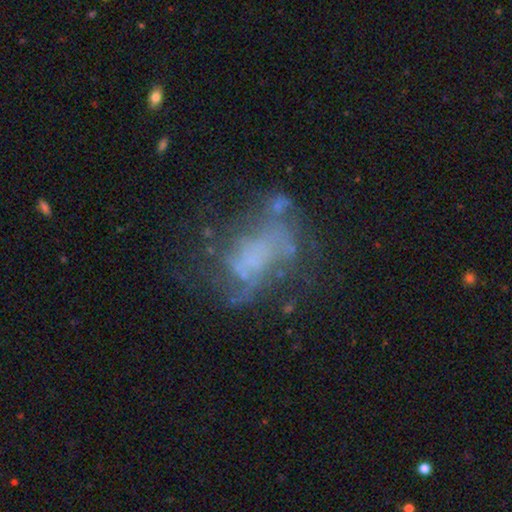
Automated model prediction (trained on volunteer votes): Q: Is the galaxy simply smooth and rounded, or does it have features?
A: featured or disk — 64%.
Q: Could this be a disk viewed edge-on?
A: no — 97%.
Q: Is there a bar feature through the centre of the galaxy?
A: no — 80%.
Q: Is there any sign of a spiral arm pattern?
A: no — 58%.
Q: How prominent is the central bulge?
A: none — 68%.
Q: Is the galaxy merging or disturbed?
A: none — 39%.